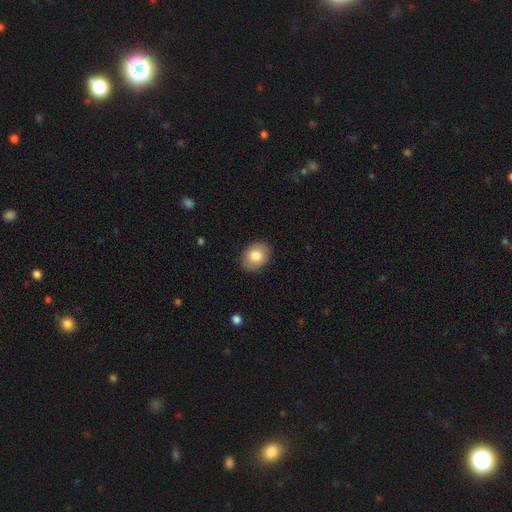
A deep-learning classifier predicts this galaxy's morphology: smooth 82%, featured or disk 10%, star or artifact 7%. Down the decision tree: how rounded — in between (63%); merging — none (89%).